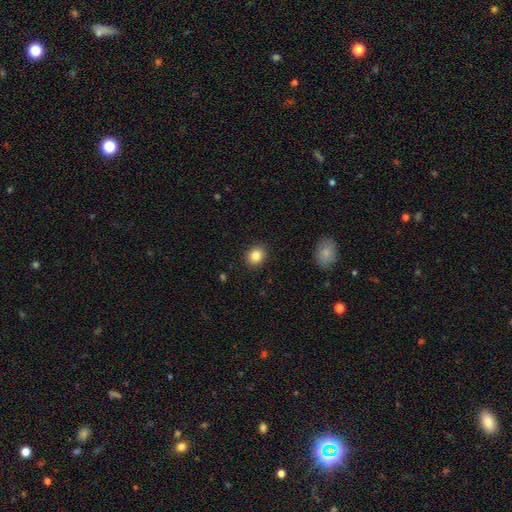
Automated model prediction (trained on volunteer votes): This is clearly a smooth galaxy (85%). How rounded: likely round (71%). Merging: clearly none (90%).